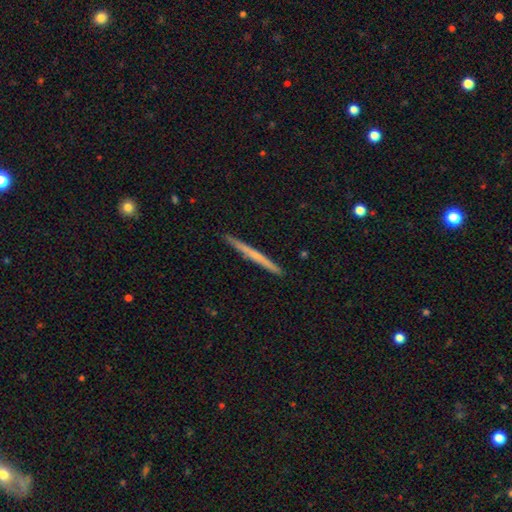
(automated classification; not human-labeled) Smooth or featured? featured or disk (53%)
Edge-on disk? yes (98%)
Edge-on bulge? none (72%)
Merging? none (92%)